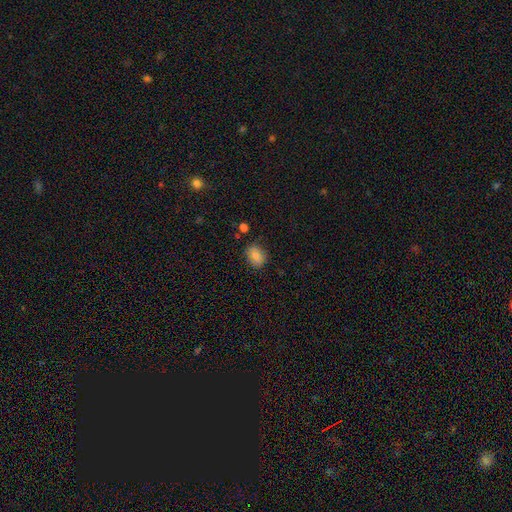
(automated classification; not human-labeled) smooth 83%, star or artifact 9%, featured or disk 8%. Down the decision tree: how rounded — in between (63%); merging — none (81%).